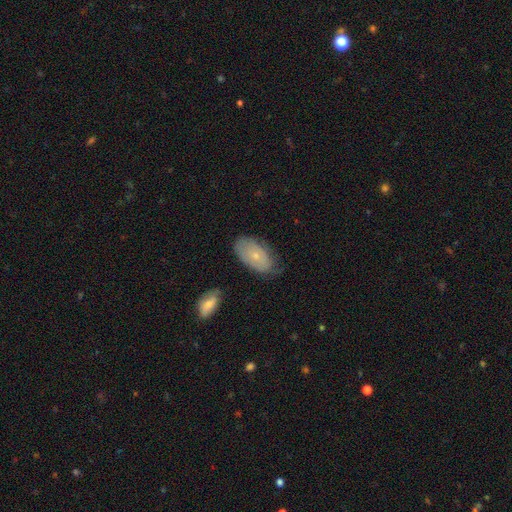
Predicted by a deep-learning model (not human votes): Smooth or featured? smooth (63%)
How rounded? in between (94%)
Merging? none (64%)